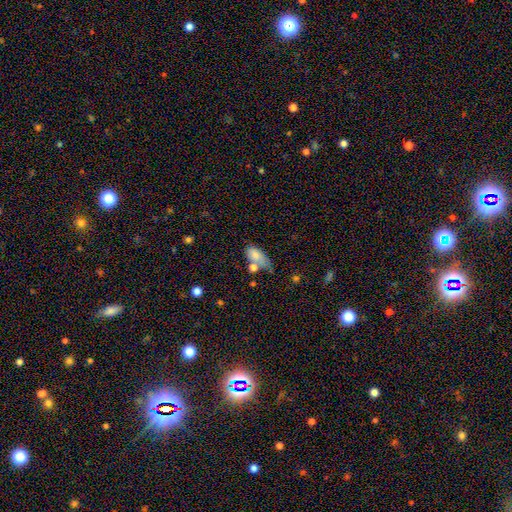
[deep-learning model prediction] Q: Smooth or featured?
A: smooth (74%); runner-up: featured or disk (17%)
Q: How rounded?
A: in between (88%); runner-up: round (7%)
Q: Merging?
A: none (31%); runner-up: merger (28%)